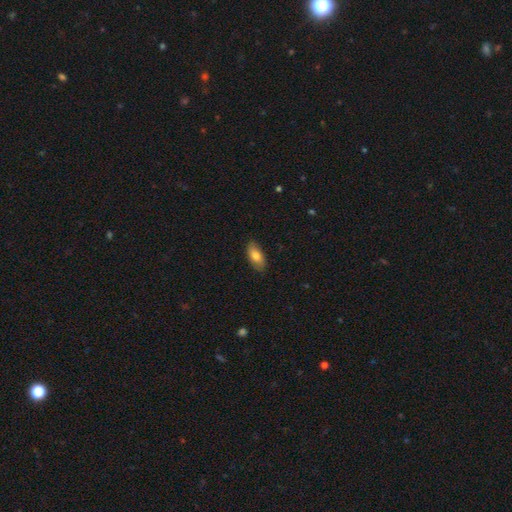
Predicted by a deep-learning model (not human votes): Morphology: type=smooth (78%); roundness=in between (89%); merging=none (86%).